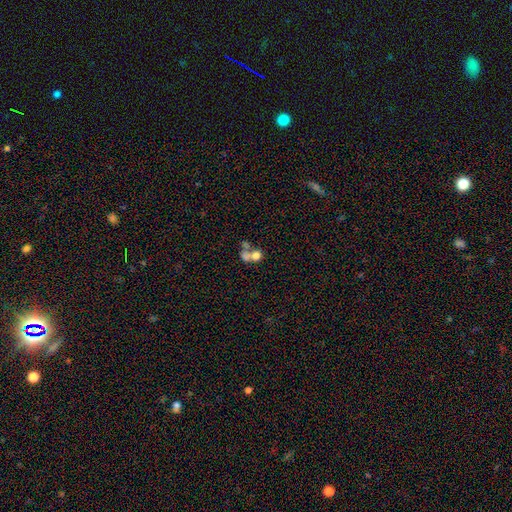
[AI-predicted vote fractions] smooth_or_featured: smooth (p=0.63) [alt: featured or disk p=0.22]
how_rounded: round (p=0.67) [alt: in between p=0.32]
merging: merger (p=0.57) [alt: none p=0.27]